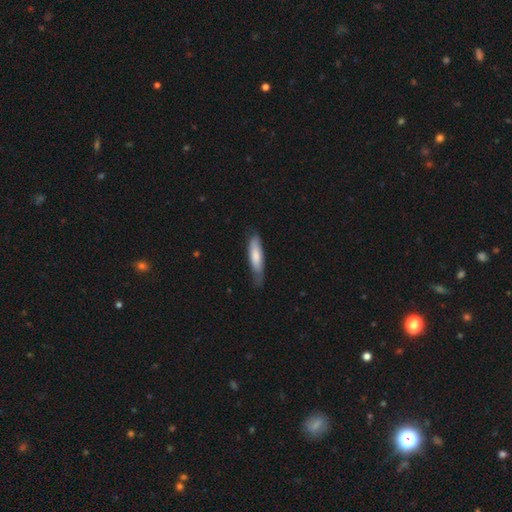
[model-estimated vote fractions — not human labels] A smooth galaxy with no disk features (74%) that is cigar-shaped (69%).

Vote fractions:
- Smooth or featured? smooth: 74% / featured or disk: 21% / star or artifact: 5%
- How rounded? cigar-shaped: 69% / in between: 30% / round: 1%
- Merging? none: 57% / minor disturbance: 34% / major disturbance: 8% / merger: 2%